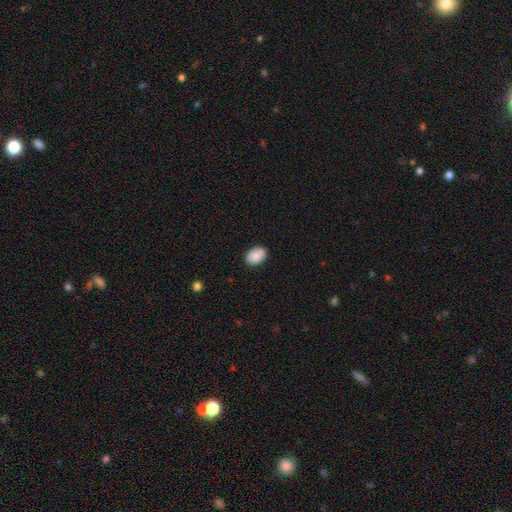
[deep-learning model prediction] Smooth or featured? Predicted: smooth (p=0.86). How rounded? Predicted: in between (p=0.80). Merging? Predicted: none (p=0.80).